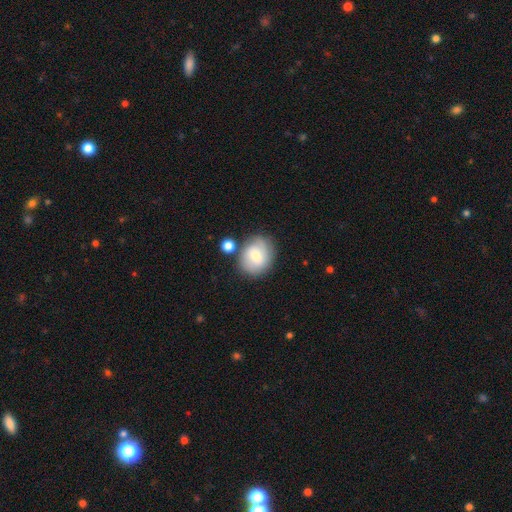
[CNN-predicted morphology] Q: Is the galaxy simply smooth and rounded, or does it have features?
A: smooth — 63%.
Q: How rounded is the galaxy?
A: round — 63%.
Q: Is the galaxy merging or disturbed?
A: none — 67%.